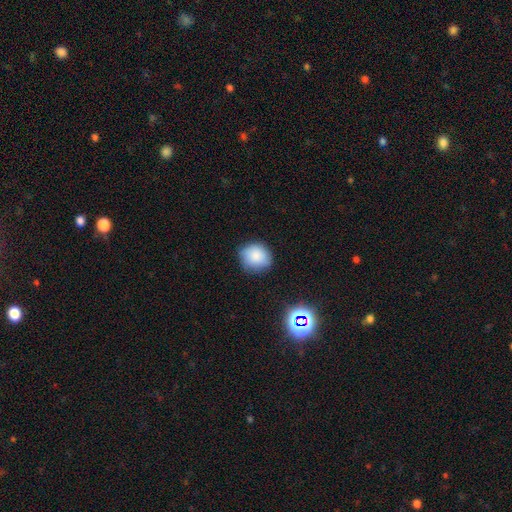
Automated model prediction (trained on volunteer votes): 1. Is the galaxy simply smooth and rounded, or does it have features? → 85% smooth, 10% star or artifact, 6% featured or disk.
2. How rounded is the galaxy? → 76% round, 23% in between, 1% cigar-shaped.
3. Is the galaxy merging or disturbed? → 81% none, 15% minor disturbance, 3% major disturbance, 1% merger.